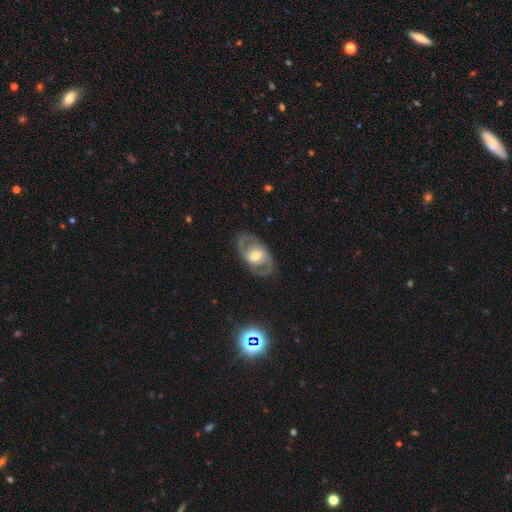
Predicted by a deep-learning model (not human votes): Smooth or featured: featured or disk — 75% (smooth — 19%)
Edge-on disk: no — 94% (yes — 6%)
Bar: no — 46% (weak — 39%)
Spiral arms: yes — 78% (no — 22%)
Spiral winding: medium — 52% (tight — 27%)
Spiral arm count: 2 — 86% (can't tell — 8%)
Bulge size: moderate — 65% (small — 20%)
Merging: none — 82% (minor disturbance — 11%)